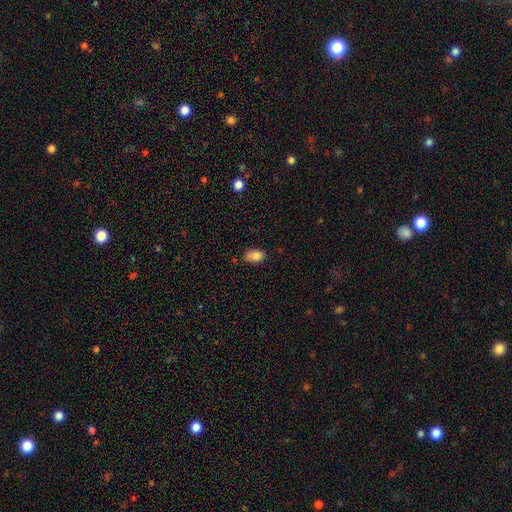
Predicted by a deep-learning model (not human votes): smooth_or_featured: smooth (p=0.83) [alt: star or artifact p=0.09]
how_rounded: in between (p=0.88) [alt: round p=0.10]
merging: none (p=0.66) [alt: minor disturbance p=0.27]